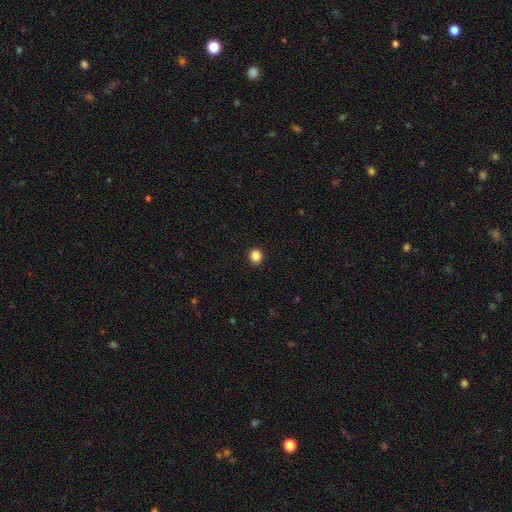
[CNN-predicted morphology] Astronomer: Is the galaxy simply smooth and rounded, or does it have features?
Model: smooth — 86%.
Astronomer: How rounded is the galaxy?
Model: round — 86%.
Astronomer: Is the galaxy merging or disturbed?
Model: none — 93%.